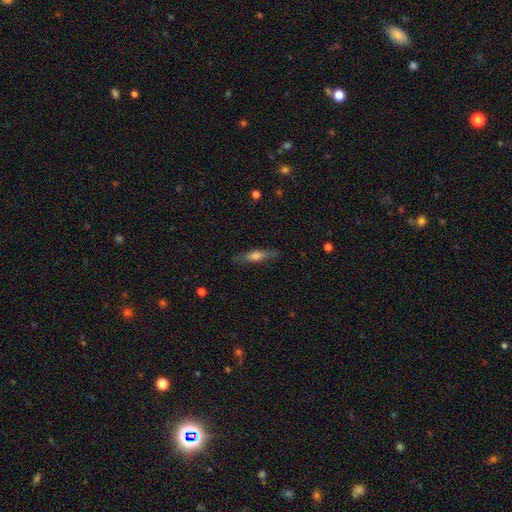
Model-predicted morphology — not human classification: Smooth or featured? smooth (47%)
Merging? none (83%)